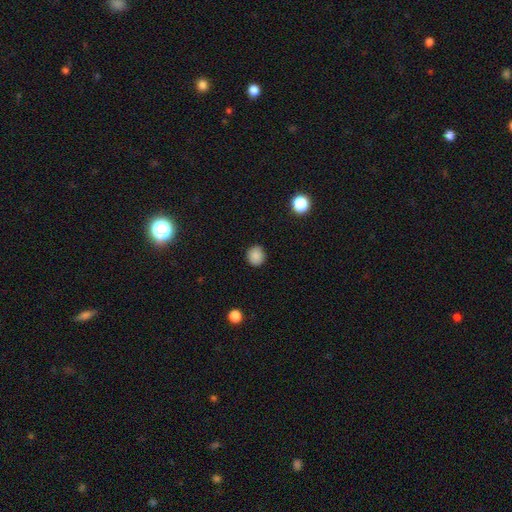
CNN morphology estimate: Smooth or featured?
  - smooth: 87% *
  - star or artifact: 10%
  - featured or disk: 3%
How rounded?
  - round: 88% *
  - in between: 11%
  - cigar-shaped: 1%
Merging?
  - none: 89% *
  - minor disturbance: 8%
  - major disturbance: 2%
  - merger: 1%